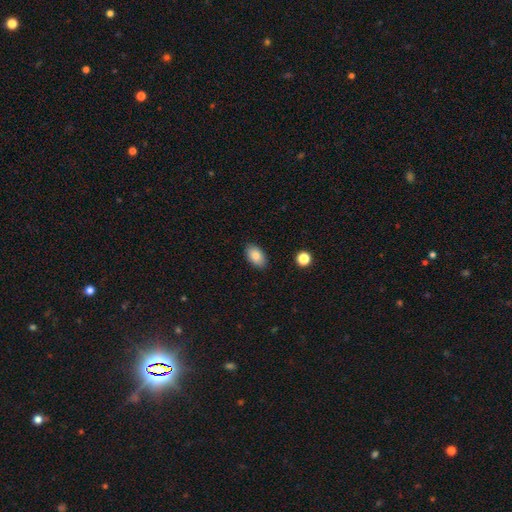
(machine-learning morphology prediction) type=smooth (85%); roundness=in between (92%); merging=none (88%).